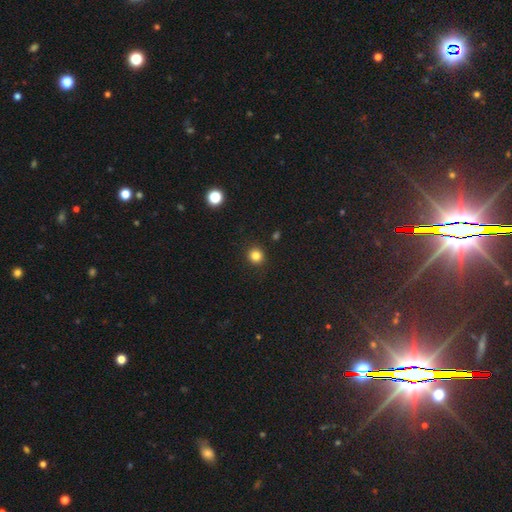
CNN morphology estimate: This appears to be a smooth galaxy with no disk features (83%) that is round (92%). Merging: none (91%).